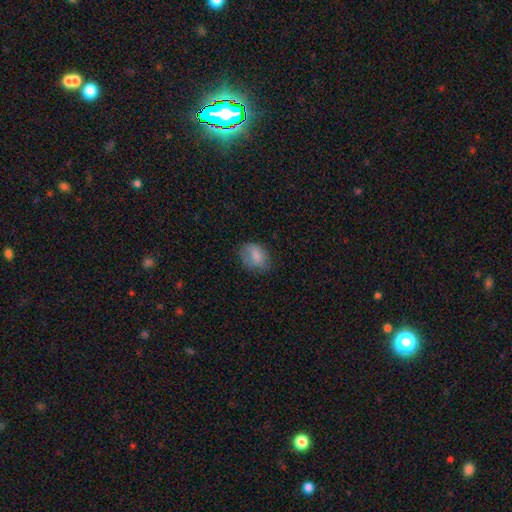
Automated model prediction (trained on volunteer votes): This appears to be a smooth galaxy with no disk features (79%) that is in between round and cigar-shaped (69%). Merging: none (64%).